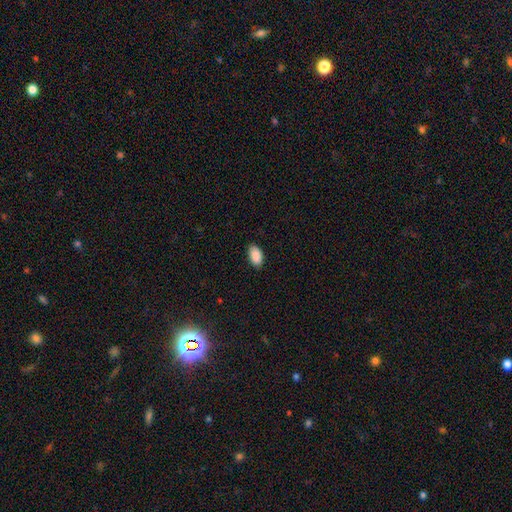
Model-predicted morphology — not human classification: This appears to be a smooth galaxy with no disk features (91%) that is in between round and cigar-shaped (95%). Merging: none (86%).